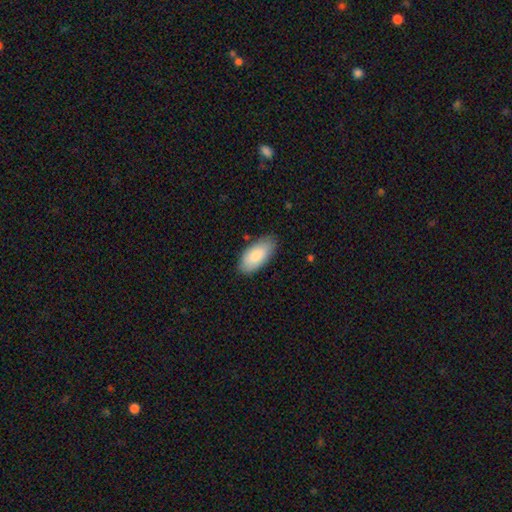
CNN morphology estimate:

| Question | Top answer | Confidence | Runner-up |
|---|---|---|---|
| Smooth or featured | smooth | 82% | featured or disk (12%) |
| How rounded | in between | 94% | cigar-shaped (4%) |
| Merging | none | 81% | minor disturbance (15%) |